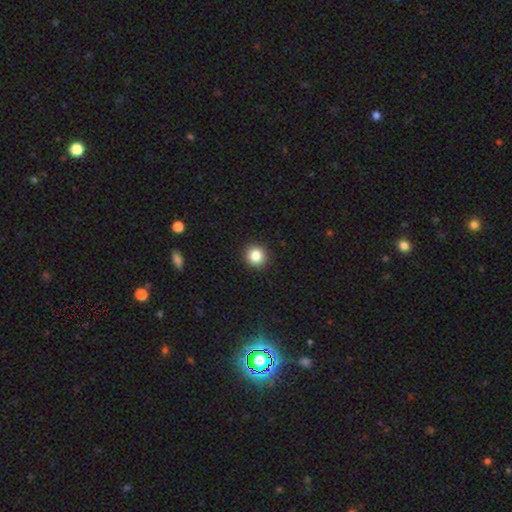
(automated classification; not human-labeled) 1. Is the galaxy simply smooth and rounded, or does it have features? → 85% smooth, 10% star or artifact, 4% featured or disk.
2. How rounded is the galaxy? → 92% round, 7% in between, 1% cigar-shaped.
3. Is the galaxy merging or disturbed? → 92% none, 5% minor disturbance, 2% major disturbance, 1% merger.